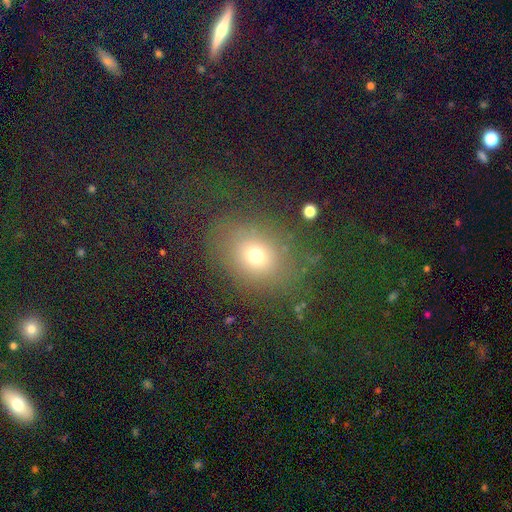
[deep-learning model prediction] smooth 67%, star or artifact 18%, featured or disk 15%. Down the decision tree: how rounded — round (54%); merging — none (70%).